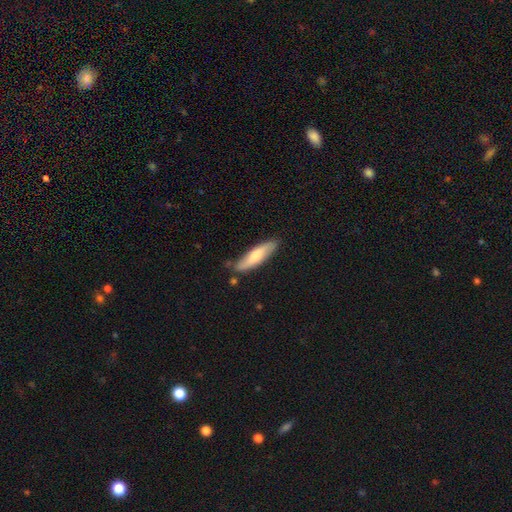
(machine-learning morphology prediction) This is likely a smooth galaxy (66%). How rounded: likely cigar-shaped (71%). Merging: likely none (76%).